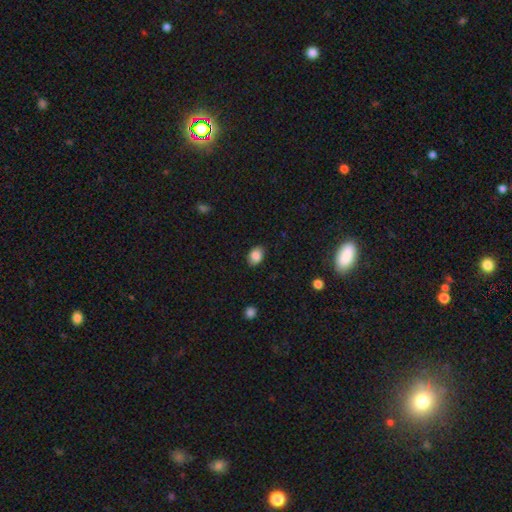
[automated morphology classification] This appears to be a smooth galaxy with no disk features (86%) that is in between round and cigar-shaped (78%). Merging: none (83%).